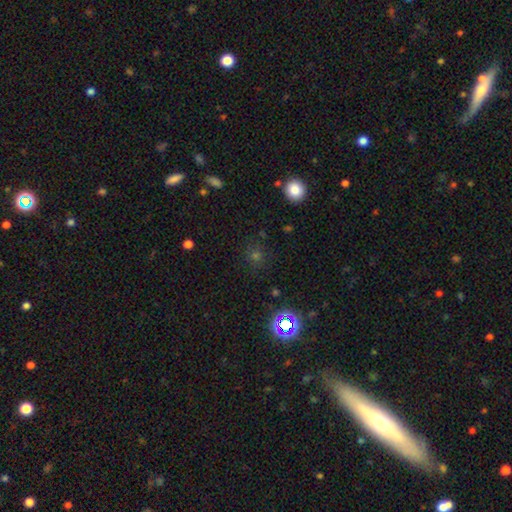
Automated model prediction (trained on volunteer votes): Q: Smooth or featured?
A: smooth (47%); runner-up: star or artifact (45%)
Q: Merging?
A: none (86%); runner-up: minor disturbance (8%)